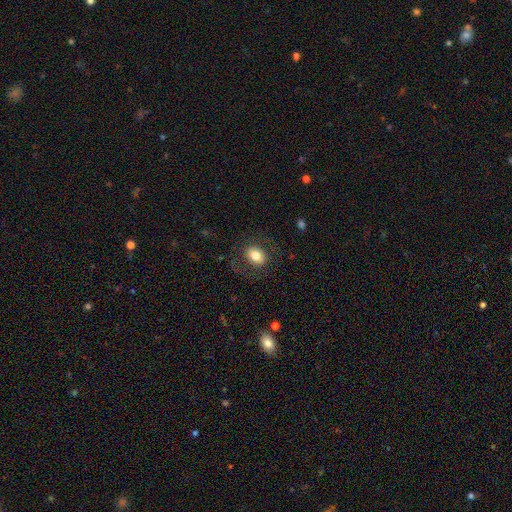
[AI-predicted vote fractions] Smooth or featured? Predicted: smooth (p=0.74). How rounded? Predicted: in between (p=0.62). Merging? Predicted: none (p=0.78).